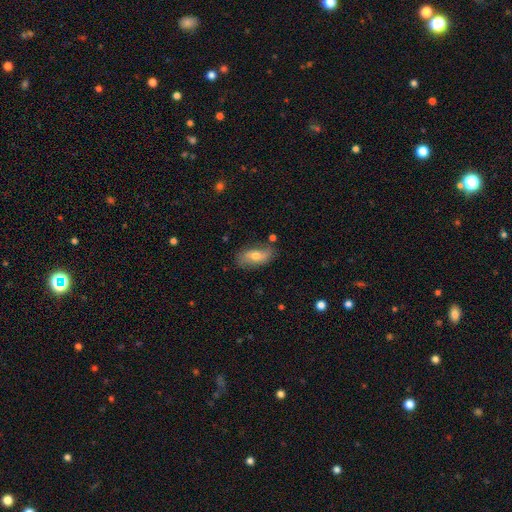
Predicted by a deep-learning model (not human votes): A smooth galaxy with no disk features (60%) that is in between round and cigar-shaped (84%).

Vote fractions:
- Smooth or featured? smooth: 60% / featured or disk: 33% / star or artifact: 7%
- How rounded? in between: 84% / cigar-shaped: 12% / round: 4%
- Merging? none: 74% / minor disturbance: 18% / major disturbance: 4% / merger: 3%